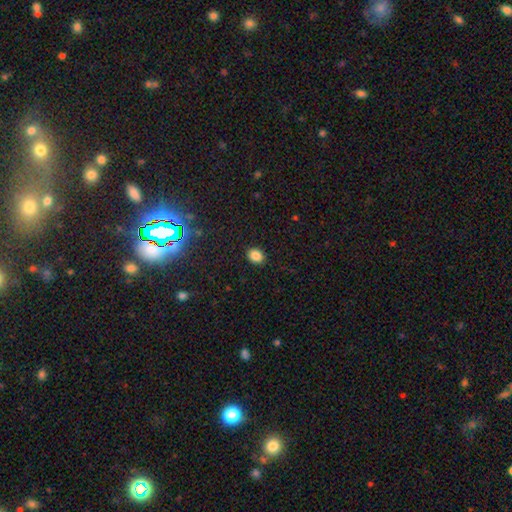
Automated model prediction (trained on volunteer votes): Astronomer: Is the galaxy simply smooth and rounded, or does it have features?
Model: smooth — 85%.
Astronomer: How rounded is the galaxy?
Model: in between — 57% (runner-up: round, 42%).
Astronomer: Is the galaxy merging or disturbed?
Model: none — 89%.